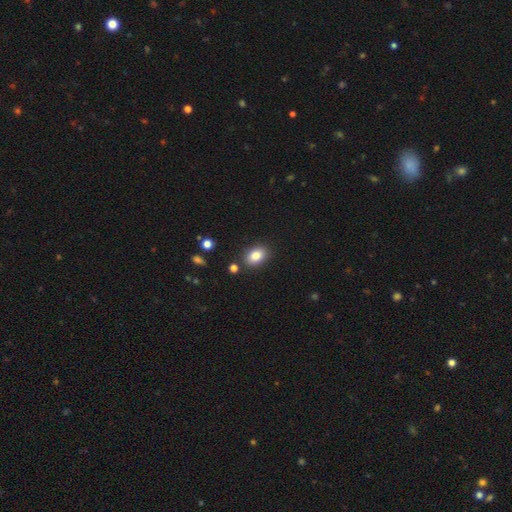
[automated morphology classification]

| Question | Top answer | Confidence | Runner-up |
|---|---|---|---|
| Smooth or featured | smooth | 84% | star or artifact (9%) |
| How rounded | in between | 78% | round (21%) |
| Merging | none | 85% | minor disturbance (9%) |